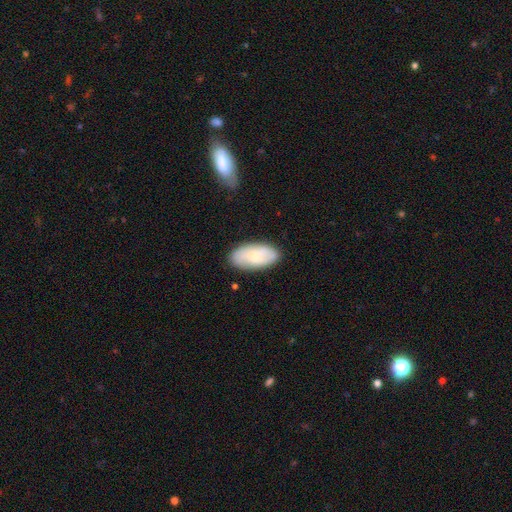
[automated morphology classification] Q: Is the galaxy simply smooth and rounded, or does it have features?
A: smooth — 67%.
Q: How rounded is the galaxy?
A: in between — 94%.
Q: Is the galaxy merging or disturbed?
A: none — 82%.